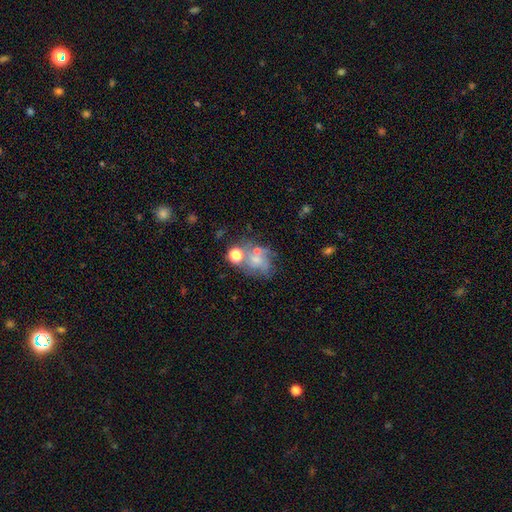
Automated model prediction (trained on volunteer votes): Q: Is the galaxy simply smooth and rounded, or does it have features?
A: featured or disk — 44%.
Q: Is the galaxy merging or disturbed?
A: none — 43%.